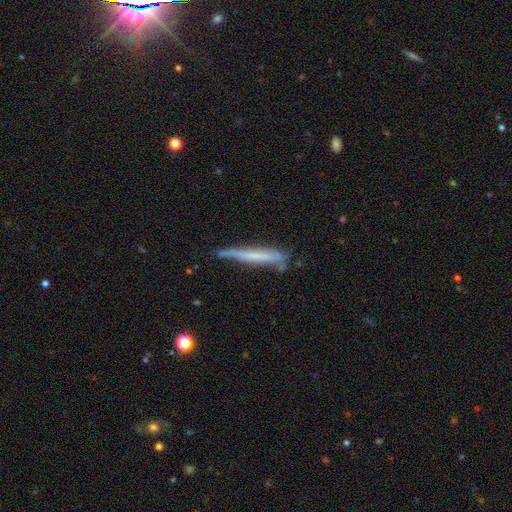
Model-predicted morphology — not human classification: smooth 49%, featured or disk 44%, star or artifact 7%. Down the decision tree: merging — none (59%).